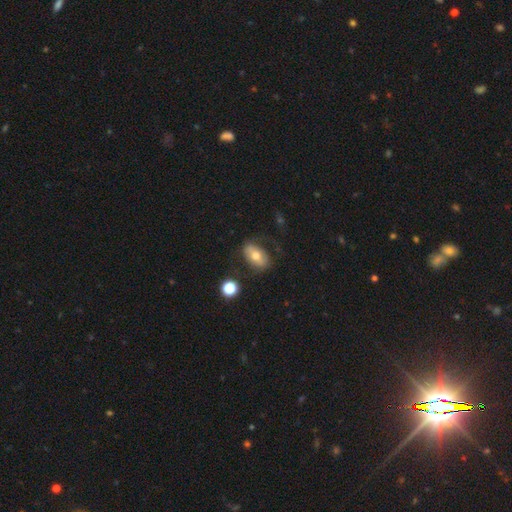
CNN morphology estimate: type=smooth (56%); roundness=in between (88%); merging=none (66%).